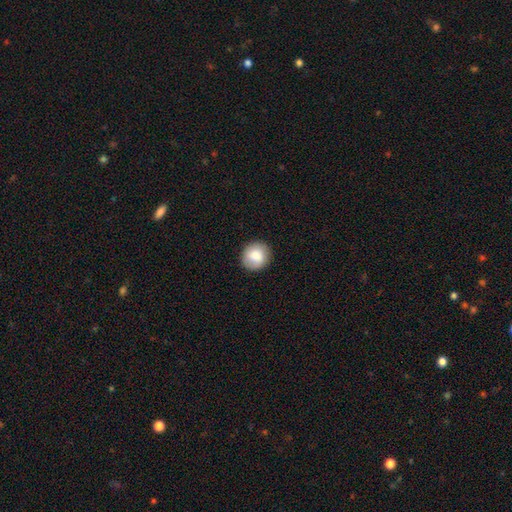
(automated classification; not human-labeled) A smooth galaxy with no disk features (80%) that is round (88%).

Vote fractions:
- Smooth or featured? smooth: 80% / featured or disk: 12% / star or artifact: 8%
- How rounded? round: 88% / in between: 11% / cigar-shaped: 1%
- Merging? none: 88% / minor disturbance: 9% / major disturbance: 2% / merger: 1%